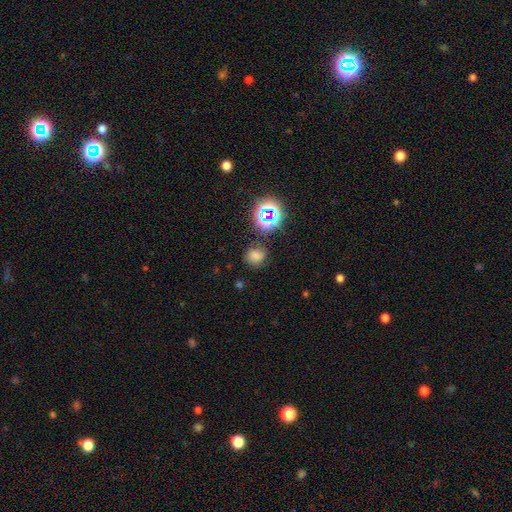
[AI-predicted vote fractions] smooth_or_featured: smooth (p=0.66) [alt: star or artifact p=0.26]
how_rounded: round (p=0.68) [alt: in between p=0.31]
merging: none (p=0.73) [alt: minor disturbance p=0.17]